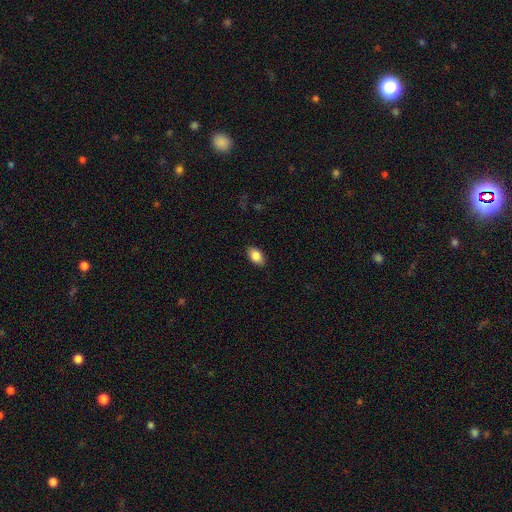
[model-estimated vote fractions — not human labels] smooth_or_featured: smooth (p=0.86) [alt: star or artifact p=0.07]
how_rounded: in between (p=0.91) [alt: round p=0.08]
merging: none (p=0.87) [alt: minor disturbance p=0.09]